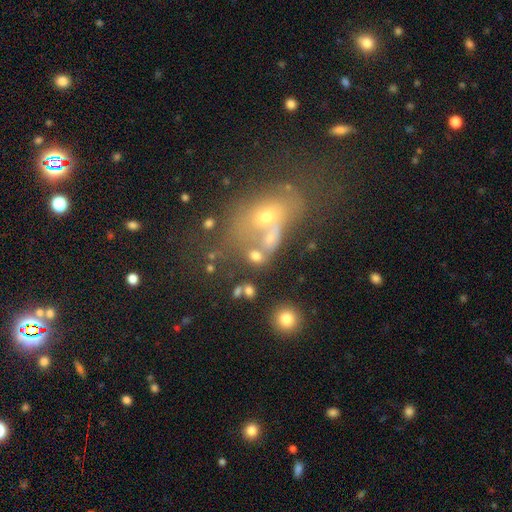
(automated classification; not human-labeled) Smooth or featured?
  - smooth: 65% *
  - featured or disk: 18%
  - star or artifact: 17%
How rounded?
  - in between: 58% *
  - round: 39%
  - cigar-shaped: 3%
Merging?
  - merger: 39% * (tied)
  - none: 39% * (tied)
  - minor disturbance: 12%
  - major disturbance: 10%